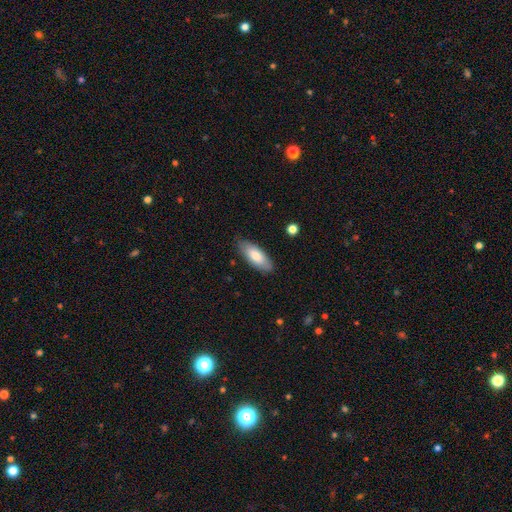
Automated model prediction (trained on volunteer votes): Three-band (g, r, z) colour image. It shows a smooth galaxy with no disk features (76%) that is in between round and cigar-shaped (80%). Merging: none (84%).